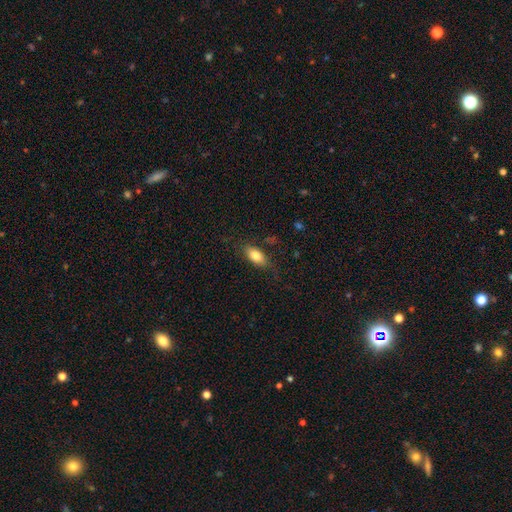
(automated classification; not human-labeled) Morphology: type=smooth (80%); roundness=in between (87%); merging=none (75%).